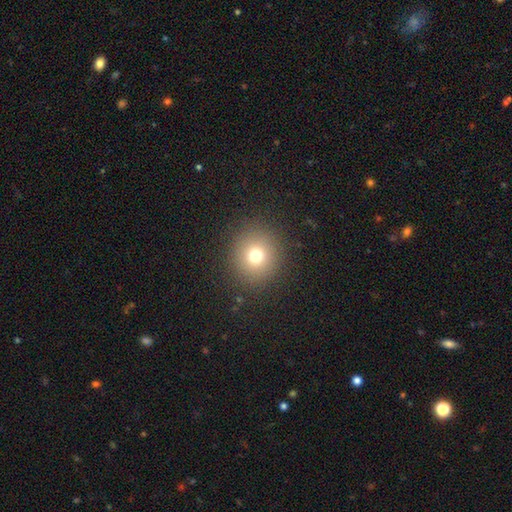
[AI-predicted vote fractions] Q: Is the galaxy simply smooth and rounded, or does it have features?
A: smooth — 73%.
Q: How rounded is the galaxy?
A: round — 90%.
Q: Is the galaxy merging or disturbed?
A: none — 89%.